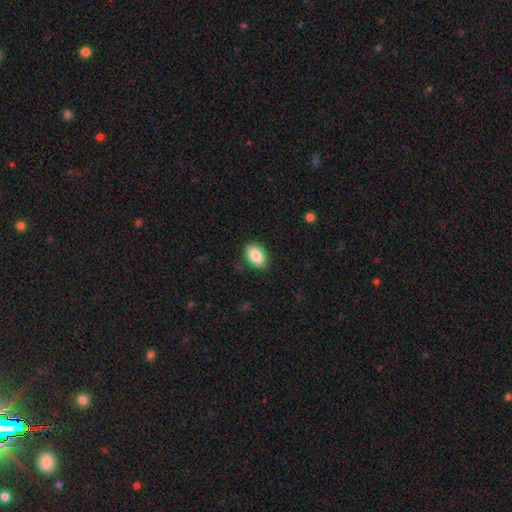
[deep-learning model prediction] Smooth or featured? Predicted: smooth (p=0.85). How rounded? Predicted: in between (p=0.89). Merging? Predicted: none (p=0.88).